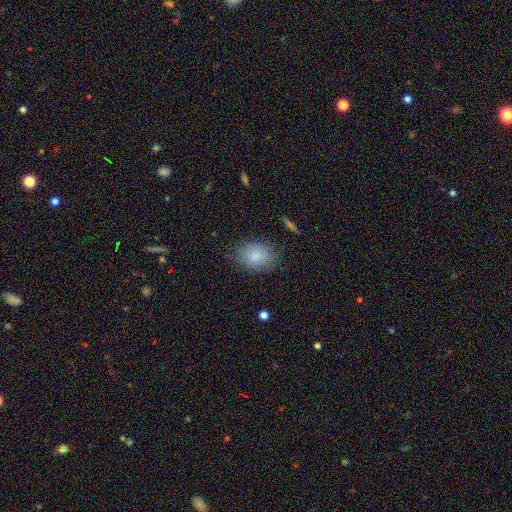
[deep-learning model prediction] Smooth or featured: smooth — 83% (featured or disk — 8%)
How rounded: in between — 70% (round — 29%)
Merging: none — 76% (minor disturbance — 18%)